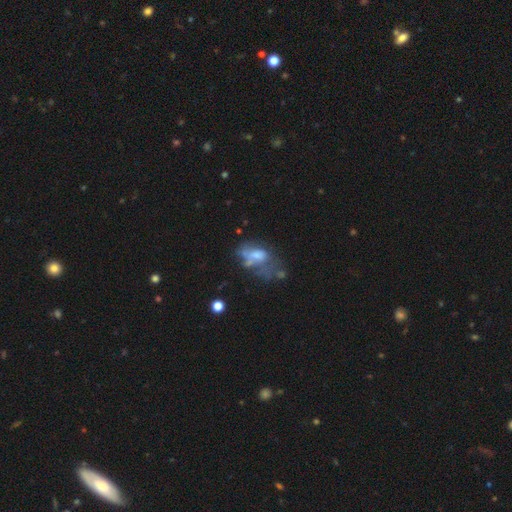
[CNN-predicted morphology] Overall: featured or disk (44%; smooth 43%). Merging: major disturbance (39%; none 21%).